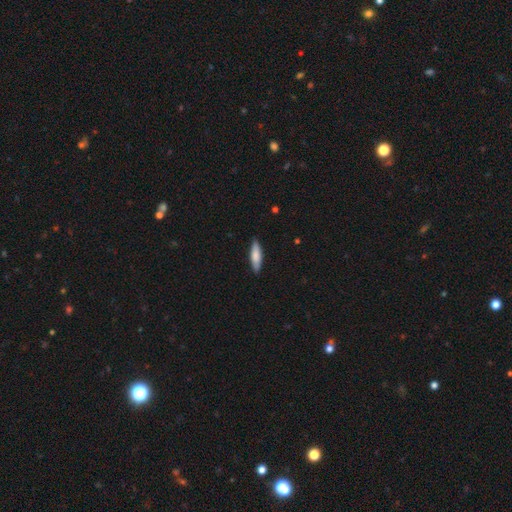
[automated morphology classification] smooth-or-featured: smooth: 76% | featured or disk: 19% | star or artifact: 5%
  how-rounded: cigar-shaped: 64% | in between: 34% | round: 2%
  merging: none: 88% | minor disturbance: 10% | major disturbance: 2% | merger: 1%